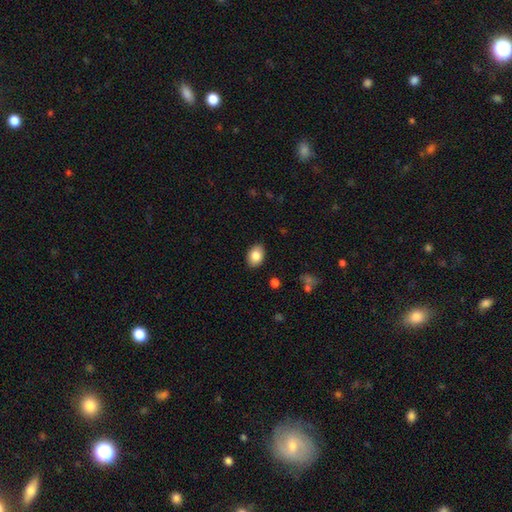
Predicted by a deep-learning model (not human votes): Morphology: type=smooth (83%); roundness=in between (81%); merging=none (88%).